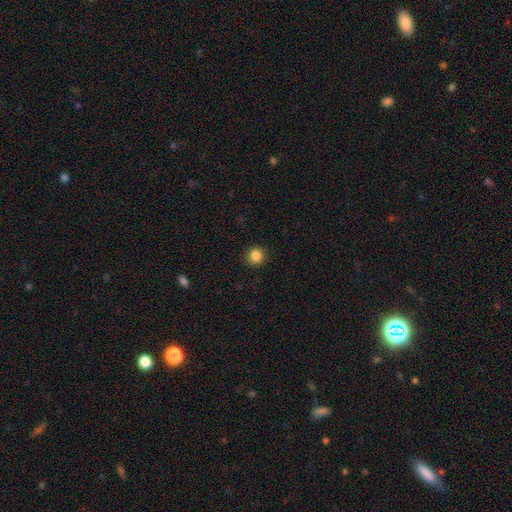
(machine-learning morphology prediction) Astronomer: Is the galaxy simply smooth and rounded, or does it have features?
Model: smooth — 86%.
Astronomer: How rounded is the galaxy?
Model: round — 89%.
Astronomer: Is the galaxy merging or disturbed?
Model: none — 90%.